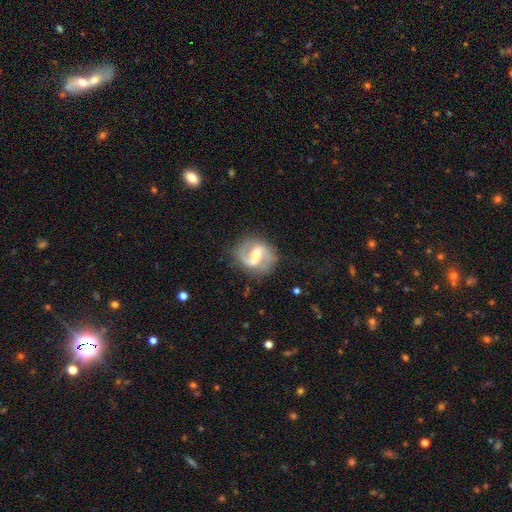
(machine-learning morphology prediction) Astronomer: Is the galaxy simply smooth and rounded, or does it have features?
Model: featured or disk — 85%.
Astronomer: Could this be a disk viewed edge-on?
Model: no — 98%.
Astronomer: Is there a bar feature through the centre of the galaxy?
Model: strong — 46% (runner-up: weak, 43%).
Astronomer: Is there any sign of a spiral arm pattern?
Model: yes — 94%.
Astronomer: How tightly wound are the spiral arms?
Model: medium — 53%.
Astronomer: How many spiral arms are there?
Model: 2 — 89%.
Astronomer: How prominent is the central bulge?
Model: moderate — 49% (runner-up: small, 28%).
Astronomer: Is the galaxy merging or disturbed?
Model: none — 78%.